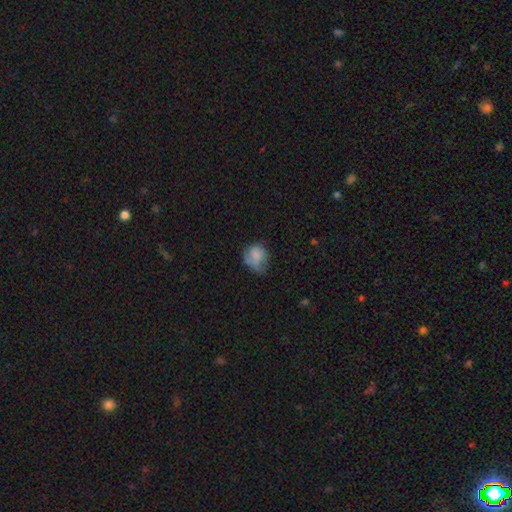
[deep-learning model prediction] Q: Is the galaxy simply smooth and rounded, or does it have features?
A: smooth — 73%.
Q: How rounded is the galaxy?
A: round — 61%.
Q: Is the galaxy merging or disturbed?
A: none — 43%.